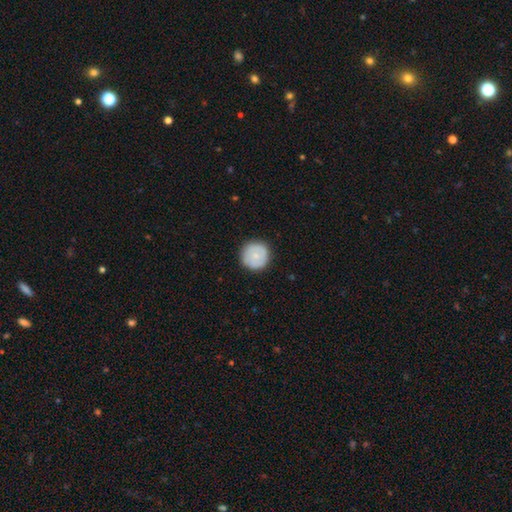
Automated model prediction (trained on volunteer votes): smooth-or-featured: smooth: 67% | featured or disk: 27% | star or artifact: 6%
  how-rounded: round: 95% | in between: 4% | cigar-shaped: 1%
  merging: none: 88% | minor disturbance: 8% | major disturbance: 2% | merger: 1%